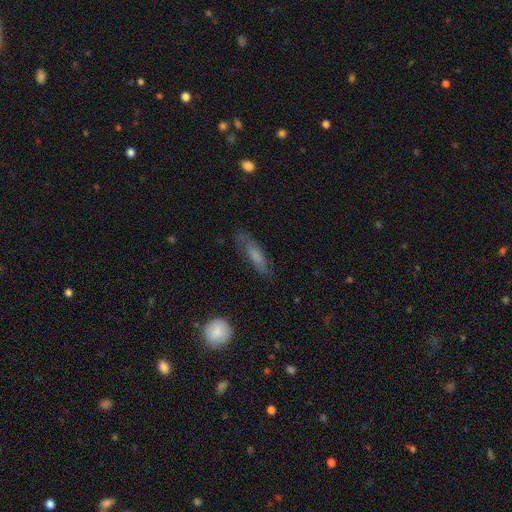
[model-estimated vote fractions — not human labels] A smooth galaxy with no disk features (62%) that is cigar-shaped (58%). Merging: none (70%).